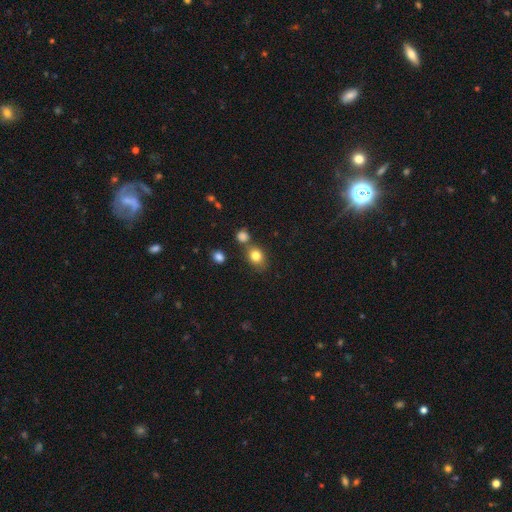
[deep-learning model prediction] A smooth galaxy with no disk features (81%) that is round (53%).

Vote fractions:
- Smooth or featured? smooth: 81% / star or artifact: 11% / featured or disk: 7%
- How rounded? round: 53% / in between: 45% / cigar-shaped: 1%
- Merging? none: 65% / merger: 16% / minor disturbance: 14% / major disturbance: 5%